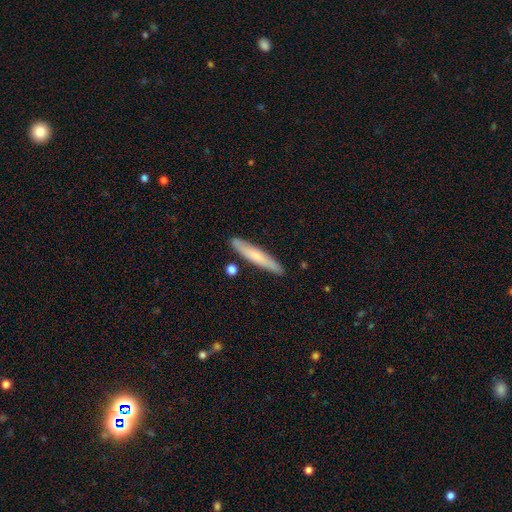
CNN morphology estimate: A smooth galaxy with no disk features (63%) that is cigar-shaped (92%).

Vote fractions:
- Smooth or featured? smooth: 63% / featured or disk: 31% / star or artifact: 6%
- How rounded? cigar-shaped: 92% / in between: 7% / round: 1%
- Merging? none: 86% / minor disturbance: 10% / merger: 3% / major disturbance: 2%